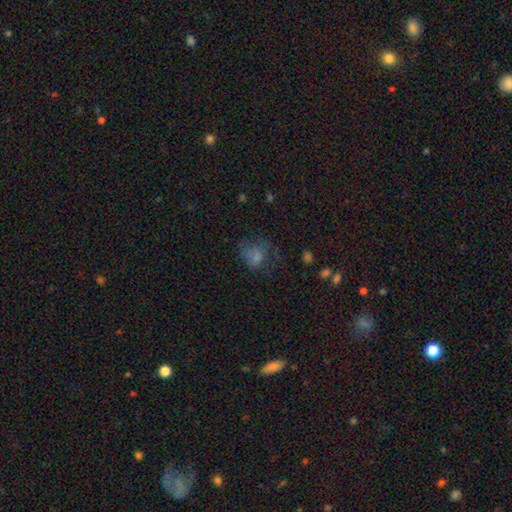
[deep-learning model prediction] Smooth or featured: smooth — 63% (featured or disk — 20%)
How rounded: round — 50% (in between — 49%)
Merging: major disturbance — 37% (tied with none — 37%)